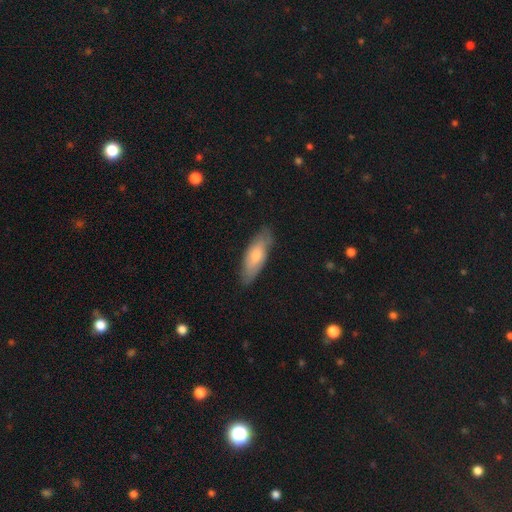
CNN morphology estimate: Q: Smooth or featured?
A: smooth (65%); runner-up: featured or disk (29%)
Q: How rounded?
A: in between (64%); runner-up: cigar-shaped (34%)
Q: Merging?
A: none (80%); runner-up: minor disturbance (16%)